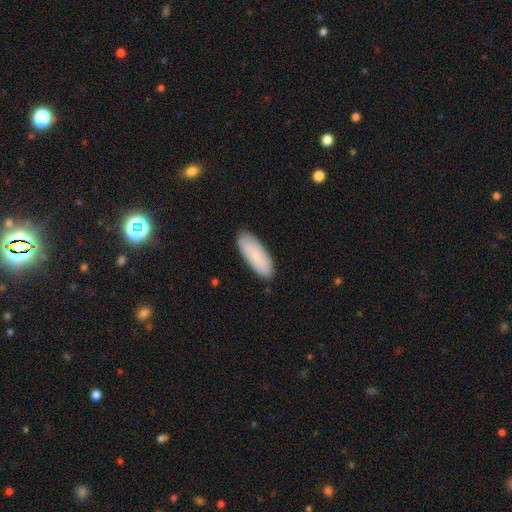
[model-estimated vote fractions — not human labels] Smooth or featured: smooth — 79% (featured or disk — 14%)
How rounded: in between — 69% (cigar-shaped — 29%)
Merging: none — 87% (minor disturbance — 10%)